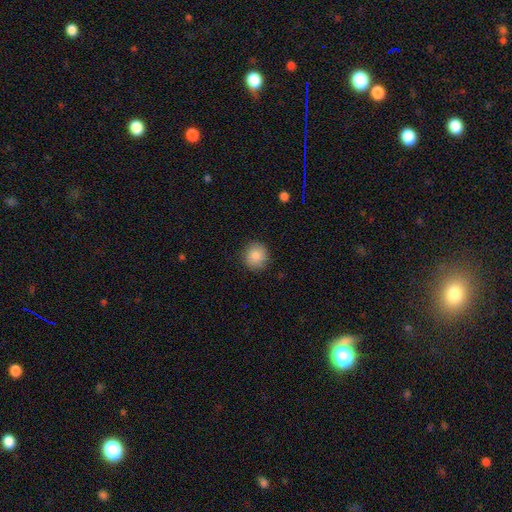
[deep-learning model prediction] Smooth or featured?
  - smooth: 85% *
  - star or artifact: 8%
  - featured or disk: 7%
How rounded?
  - round: 91% *
  - in between: 8%
  - cigar-shaped: 1%
Merging?
  - none: 87% *
  - minor disturbance: 10%
  - major disturbance: 2%
  - merger: 1%